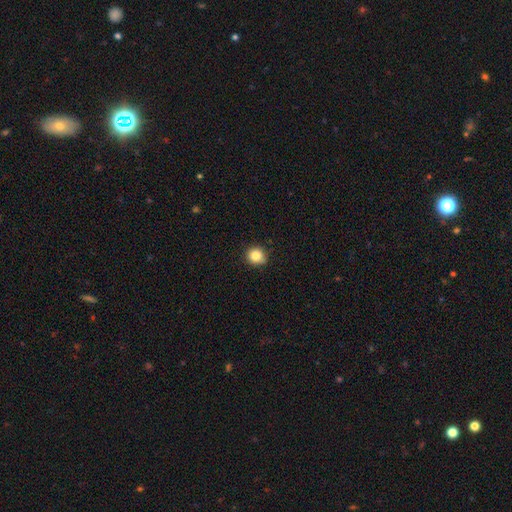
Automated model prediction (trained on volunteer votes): A smooth galaxy with no disk features (84%) that is round (87%). Merging: none (87%).